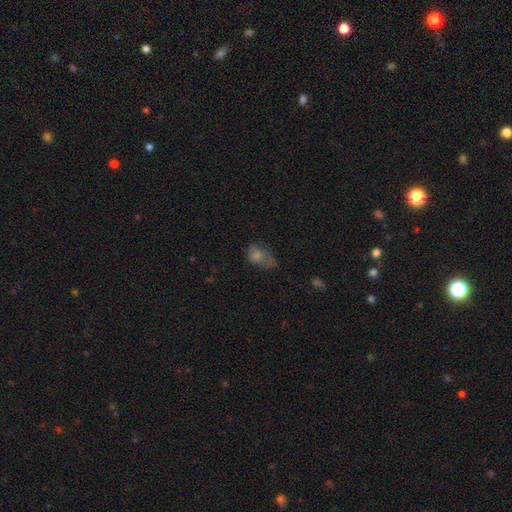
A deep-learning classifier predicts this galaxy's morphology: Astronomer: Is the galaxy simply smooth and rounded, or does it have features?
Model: smooth — 58%.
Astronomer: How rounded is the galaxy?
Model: in between — 73%.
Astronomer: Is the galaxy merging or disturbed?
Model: none — 39% (runner-up: minor disturbance, 31%).